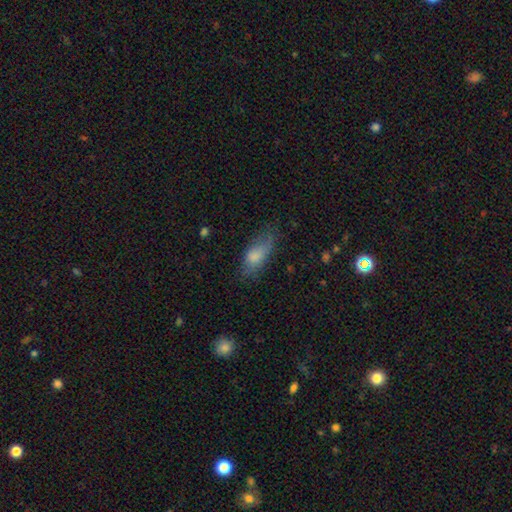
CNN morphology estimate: Smooth or featured: smooth — 76% (featured or disk — 16%)
How rounded: in between — 79% (cigar-shaped — 17%)
Merging: none — 54% (minor disturbance — 30%)